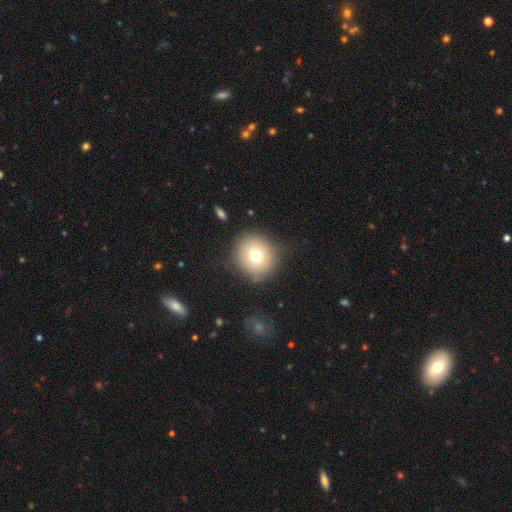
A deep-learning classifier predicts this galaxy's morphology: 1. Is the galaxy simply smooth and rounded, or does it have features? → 73% smooth, 16% featured or disk, 11% star or artifact.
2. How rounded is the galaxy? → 89% round, 10% in between, 1% cigar-shaped.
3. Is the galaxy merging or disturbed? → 84% none, 10% minor disturbance, 4% major disturbance, 2% merger.